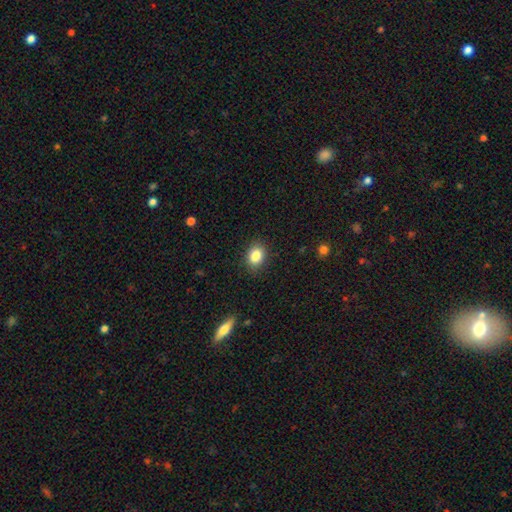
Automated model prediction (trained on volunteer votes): smooth 85%, star or artifact 9%, featured or disk 6%. Down the decision tree: how rounded — in between (64%); merging — none (87%).